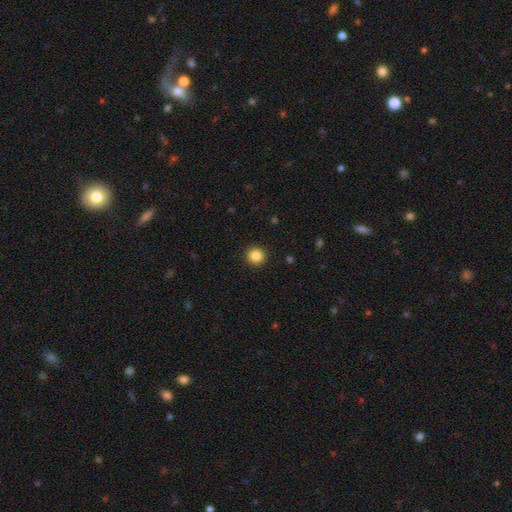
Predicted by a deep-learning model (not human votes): Smooth or featured? Predicted: smooth (p=0.86). How rounded? Predicted: round (p=0.93). Merging? Predicted: none (p=0.92).